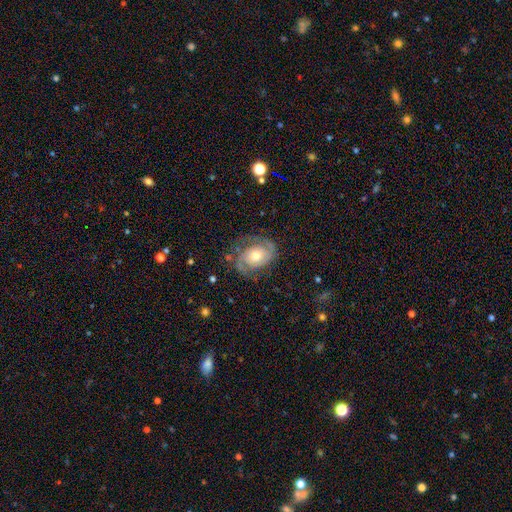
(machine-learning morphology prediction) Smooth or featured? Predicted: featured or disk (p=0.80). Edge-on disk? Predicted: no (p=0.97). Bar? Predicted: no (p=0.72). Spiral arms? Predicted: yes (p=0.92). Spiral winding? Predicted: tight (p=0.44). Spiral arm count? Predicted: 2 (p=0.84). Bulge size? Predicted: moderate (p=0.63). Merging? Predicted: none (p=0.70).